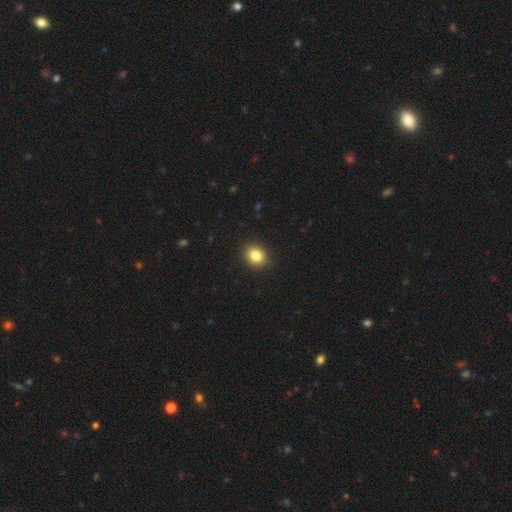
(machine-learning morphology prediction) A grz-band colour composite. It shows a smooth galaxy with no disk features (84%) that is round (50%). Merging: none (90%).